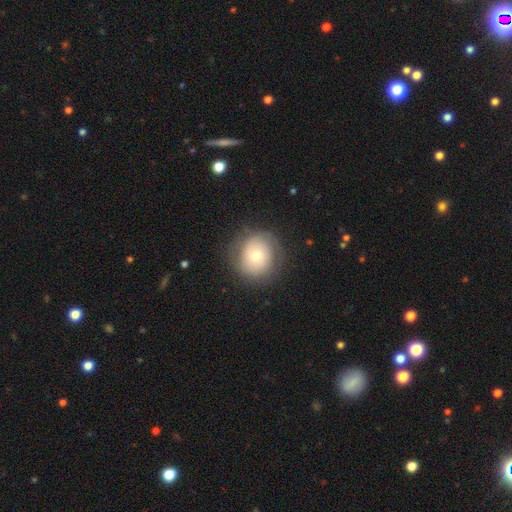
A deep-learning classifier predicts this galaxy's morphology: smooth_or_featured: featured or disk (p=0.46) [alt: smooth p=0.45]
merging: none (p=0.80) [alt: minor disturbance p=0.13]